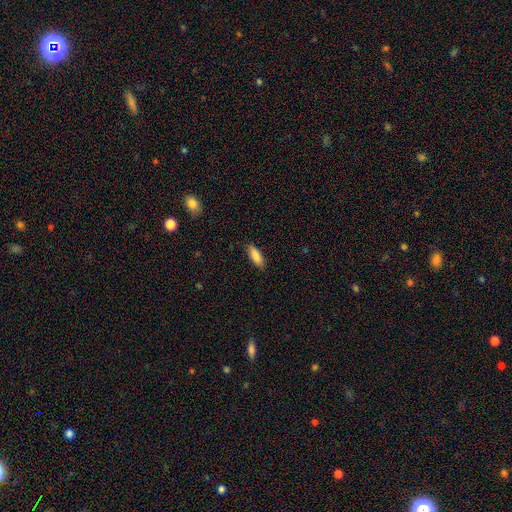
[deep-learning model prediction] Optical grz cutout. It shows a smooth galaxy with no disk features (87%) that is in between round and cigar-shaped (60%). Merging: none (86%).